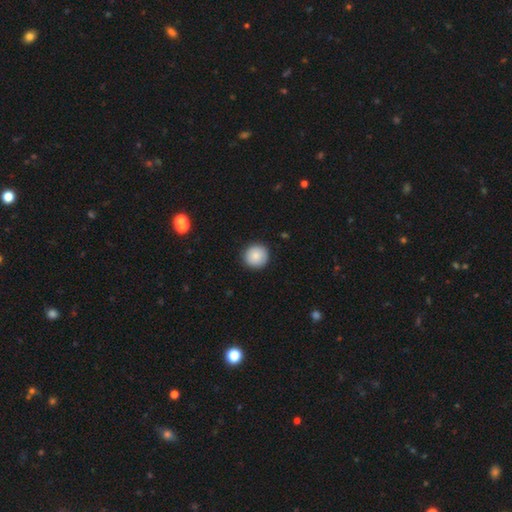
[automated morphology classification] type=smooth (87%); roundness=round (94%); merging=none (91%).